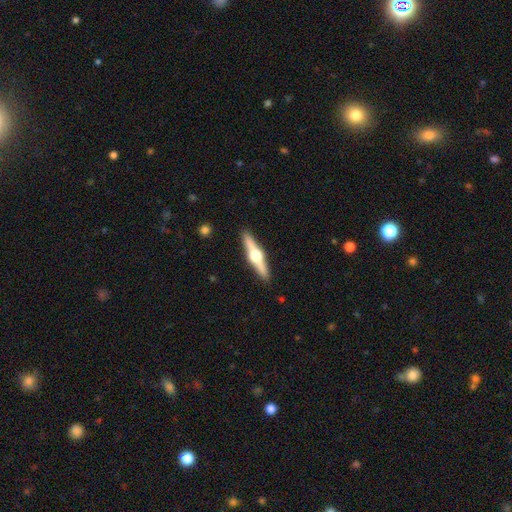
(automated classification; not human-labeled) Overall: featured or disk (75%). Edge-on disk: yes (98%). Edge-on bulge: rounded (95%). Merging: none (91%).